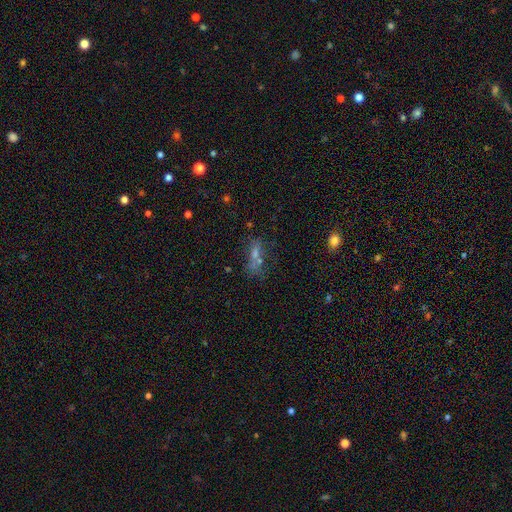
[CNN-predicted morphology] Overall: smooth (49%; star or artifact 26%). Merging: none (45%; merger 22%).